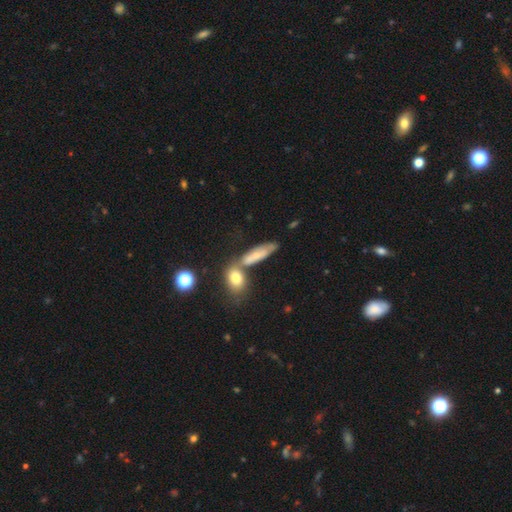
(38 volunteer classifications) A smooth galaxy with no disk features (58%) that is in between round and cigar-shaped (55%). Merging: none (54%).